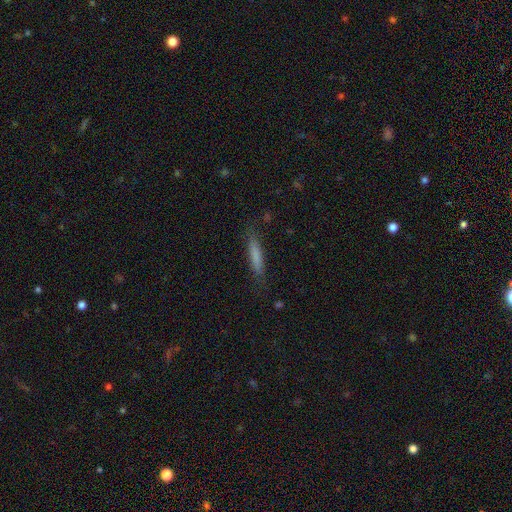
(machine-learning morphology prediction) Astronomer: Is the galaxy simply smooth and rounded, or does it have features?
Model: smooth — 76%.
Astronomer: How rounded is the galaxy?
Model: cigar-shaped — 89%.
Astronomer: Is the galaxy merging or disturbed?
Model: none — 81%.